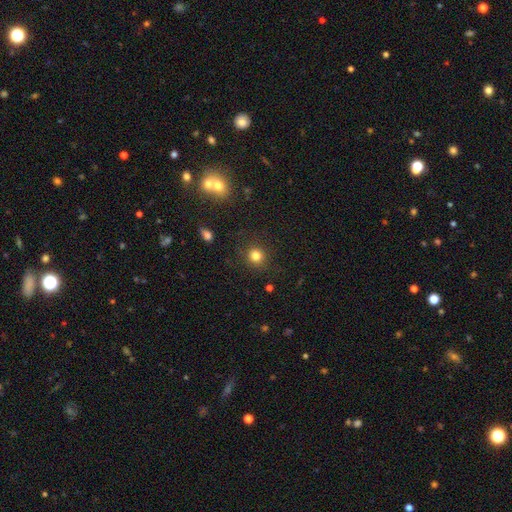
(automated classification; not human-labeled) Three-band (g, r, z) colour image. It shows a smooth galaxy with no disk features (81%) that is round (91%). Merging: none (87%).